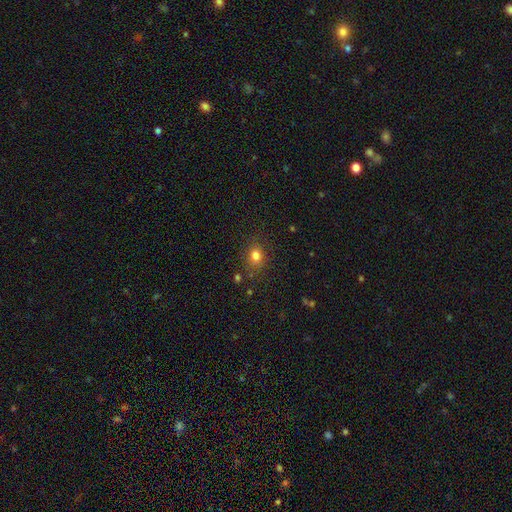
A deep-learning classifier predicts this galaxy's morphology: This appears to be a smooth galaxy with no disk features (79%) that is round (57%). Merging: none (80%).